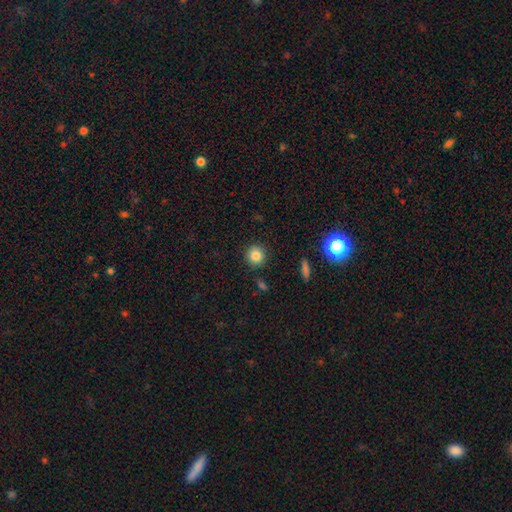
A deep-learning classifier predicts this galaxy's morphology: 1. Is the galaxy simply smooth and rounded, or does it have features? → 84% smooth, 11% star or artifact, 6% featured or disk.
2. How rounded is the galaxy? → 92% round, 7% in between, 1% cigar-shaped.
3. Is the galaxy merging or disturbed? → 89% none, 7% minor disturbance, 2% major disturbance, 2% merger.